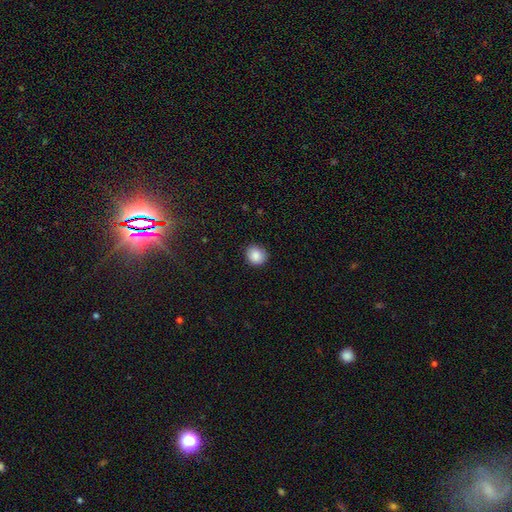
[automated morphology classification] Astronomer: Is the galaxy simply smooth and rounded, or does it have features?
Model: smooth — 87%.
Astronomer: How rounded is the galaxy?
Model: round — 79%.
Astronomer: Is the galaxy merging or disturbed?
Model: none — 85%.